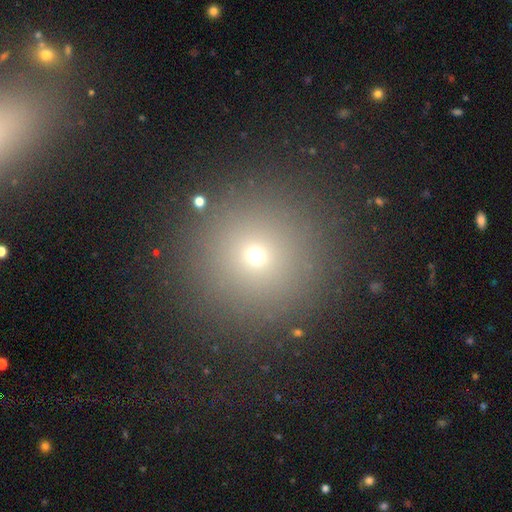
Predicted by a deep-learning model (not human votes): This is likely a smooth galaxy (65%). How rounded: clearly round (94%). Merging: clearly none (88%).